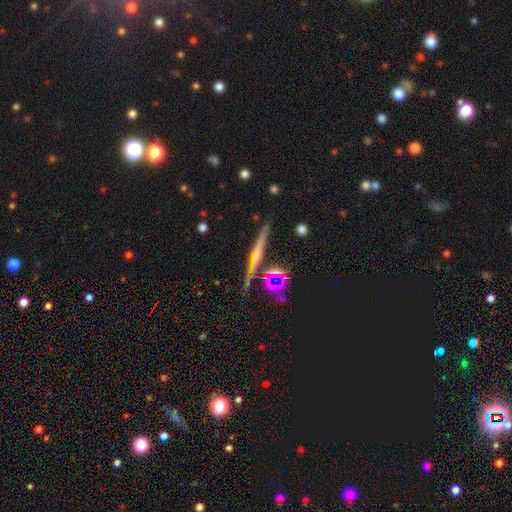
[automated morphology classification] Q: Smooth or featured?
A: featured or disk (60%); runner-up: smooth (23%)
Q: Edge-on disk?
A: yes (94%); runner-up: no (6%)
Q: Edge-on bulge?
A: rounded (49%); runner-up: none (41%)
Q: Merging?
A: none (78%); runner-up: minor disturbance (11%)